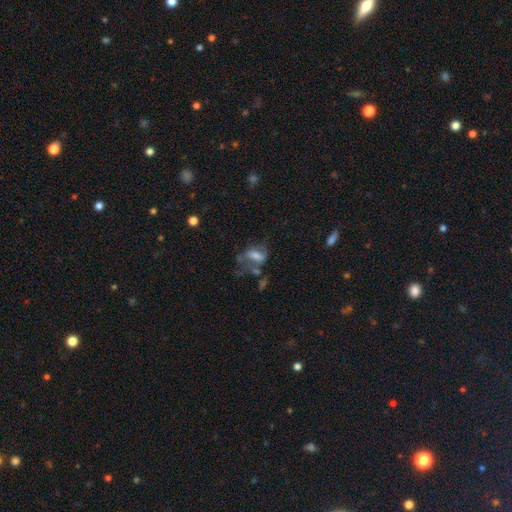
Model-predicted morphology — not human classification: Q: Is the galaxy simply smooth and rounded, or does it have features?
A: smooth — 49%.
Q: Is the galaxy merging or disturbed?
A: major disturbance — 34%.